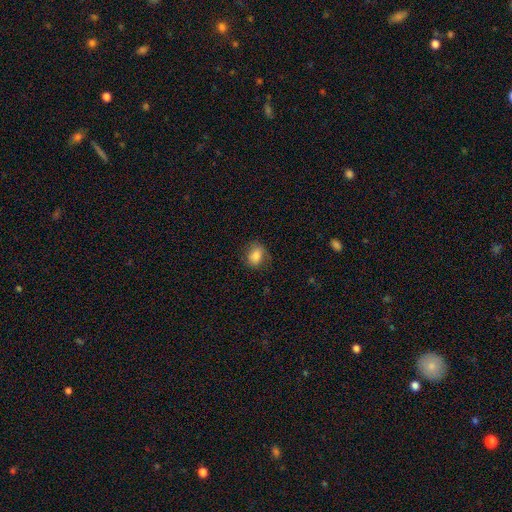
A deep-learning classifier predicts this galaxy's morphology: smooth_or_featured: smooth (p=0.79) [alt: featured or disk p=0.12]
how_rounded: in between (p=0.51) [alt: round p=0.48]
merging: none (p=0.70) [alt: minor disturbance p=0.21]